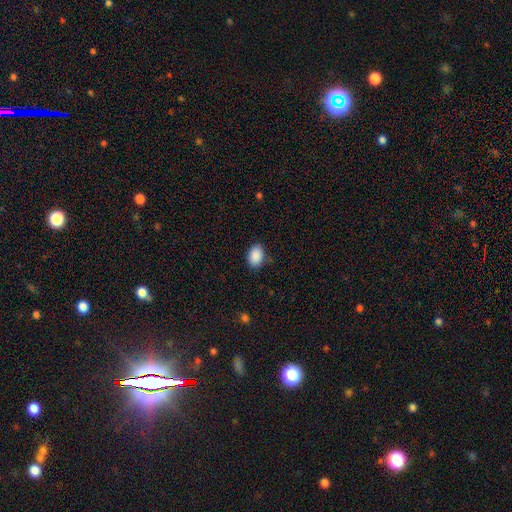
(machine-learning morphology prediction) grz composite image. It shows a smooth galaxy with no disk features (90%) that is in between round and cigar-shaped (82%). Merging: none (84%).